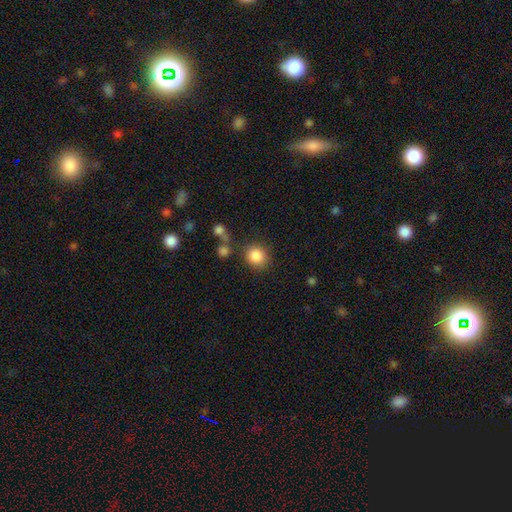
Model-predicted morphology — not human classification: Smooth or featured? Predicted: smooth (p=0.87). How rounded? Predicted: round (p=0.85). Merging? Predicted: none (p=0.80).